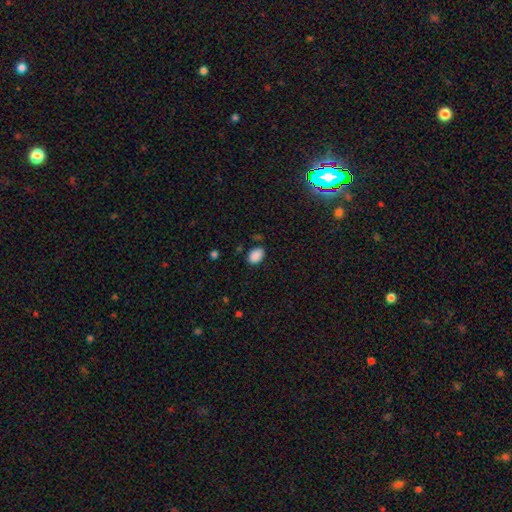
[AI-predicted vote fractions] smooth-or-featured: smooth: 88% | star or artifact: 9% | featured or disk: 3%
  how-rounded: in between: 81% | round: 18% | cigar-shaped: 1%
  merging: none: 82% | minor disturbance: 13% | major disturbance: 3% | merger: 2%